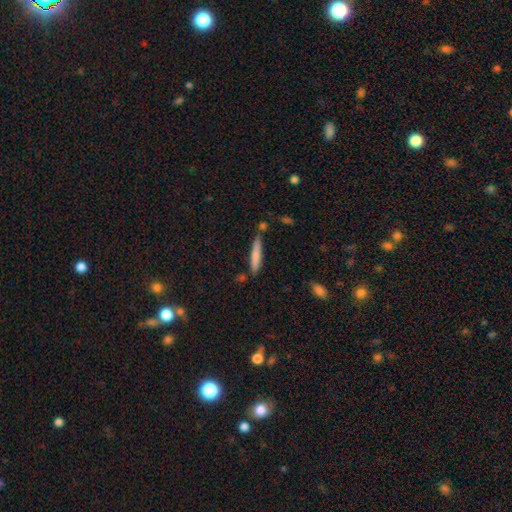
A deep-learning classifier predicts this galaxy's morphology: This appears to be a smooth galaxy with no disk features (74%) that is cigar-shaped (92%). Merging: none (75%).